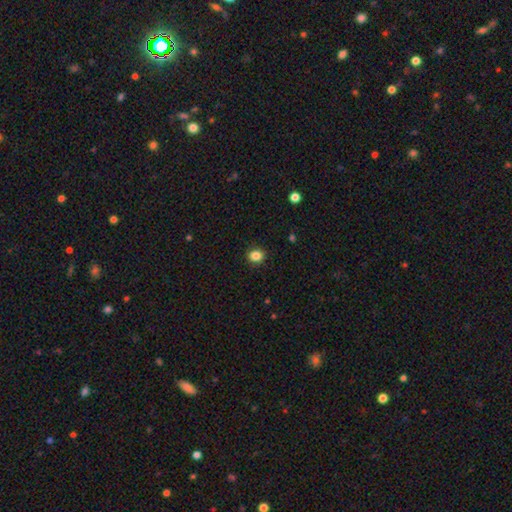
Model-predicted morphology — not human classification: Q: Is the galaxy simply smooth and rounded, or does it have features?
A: smooth — 85%.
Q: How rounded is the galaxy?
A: round — 72%.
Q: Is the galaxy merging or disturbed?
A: none — 89%.